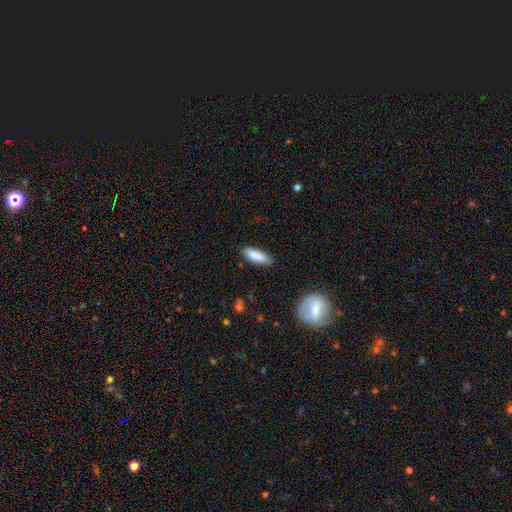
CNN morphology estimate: type=smooth (85%); roundness=cigar-shaped (51%); merging=none (80%).